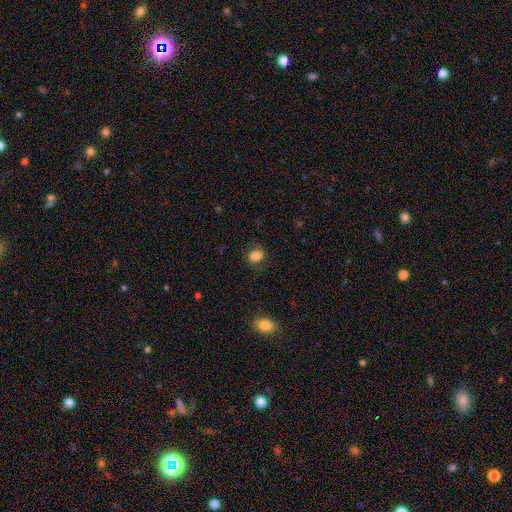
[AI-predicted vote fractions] Smooth or featured?
  - smooth: 79% *
  - featured or disk: 11%
  - star or artifact: 10%
How rounded?
  - in between: 52% *
  - round: 47%
  - cigar-shaped: 1%
Merging?
  - none: 72% *
  - minor disturbance: 18%
  - major disturbance: 8%
  - merger: 1%